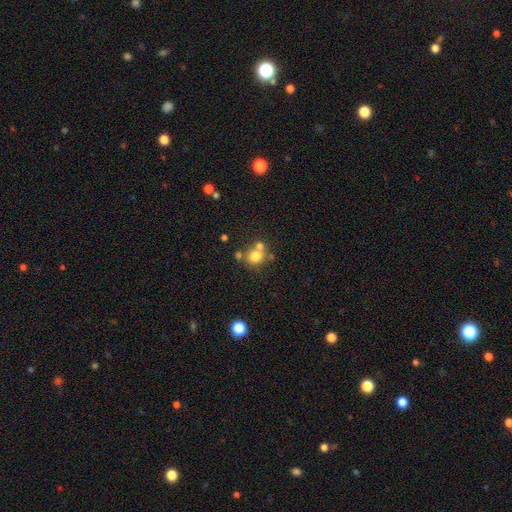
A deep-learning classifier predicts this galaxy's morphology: A smooth galaxy with no disk features (74%) that is round (82%). Merging: none (50%).